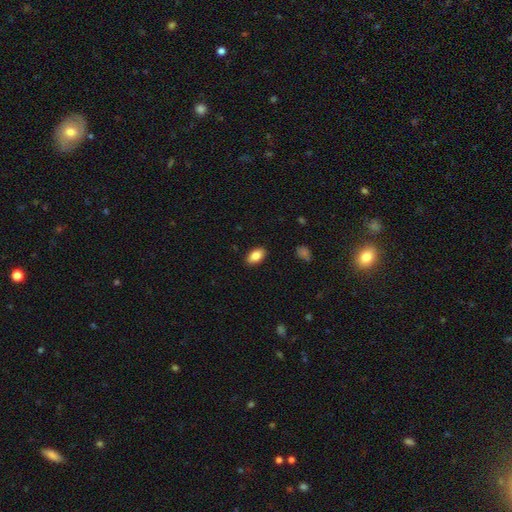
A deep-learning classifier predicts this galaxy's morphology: Smooth or featured? Predicted: smooth (p=0.86). How rounded? Predicted: in between (p=0.92). Merging? Predicted: none (p=0.89).